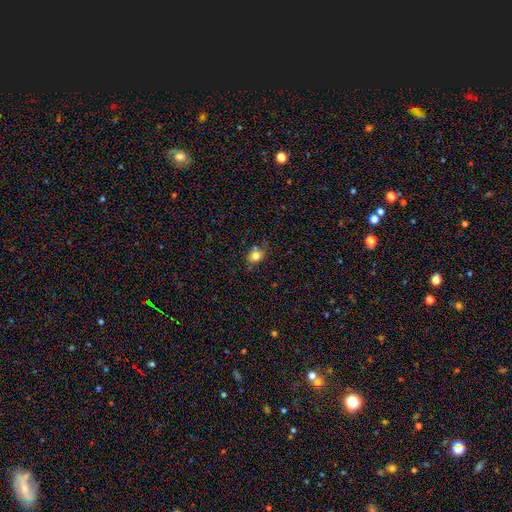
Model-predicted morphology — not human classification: Smooth or featured? Predicted: smooth (p=0.79). How rounded? Predicted: in between (p=0.51). Merging? Predicted: none (p=0.68).